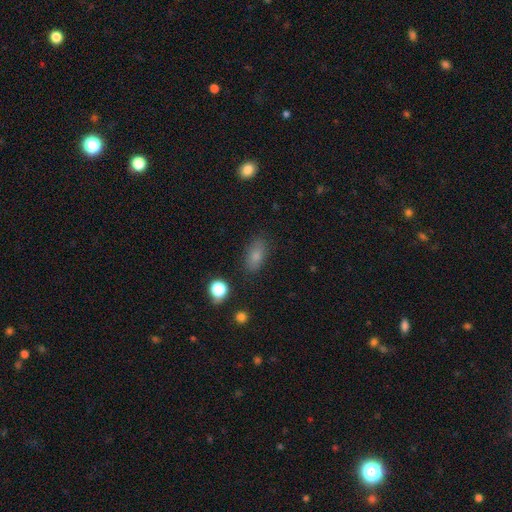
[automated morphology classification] Smooth or featured? smooth (79%)
How rounded? in between (87%)
Merging? none (83%)